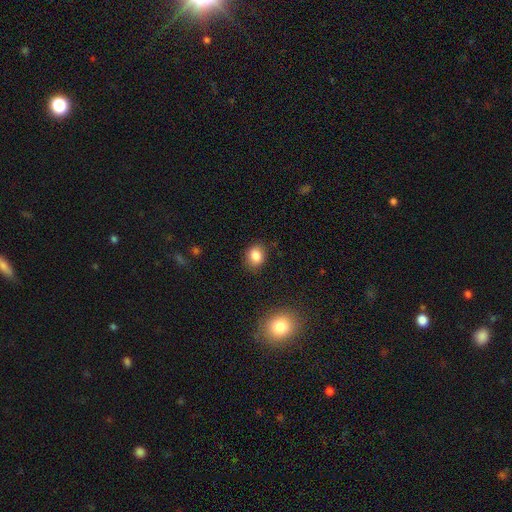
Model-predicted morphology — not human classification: Smooth or featured: smooth — 83% (star or artifact — 11%)
How rounded: round — 58% (in between — 41%)
Merging: none — 84% (minor disturbance — 12%)